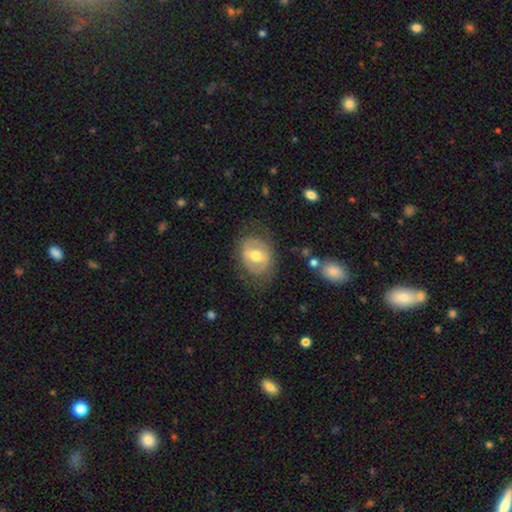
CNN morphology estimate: Smooth or featured: featured or disk — 50% (smooth — 43%)
Edge-on disk: no — 93% (yes — 7%)
Merging: none — 72% (minor disturbance — 17%)